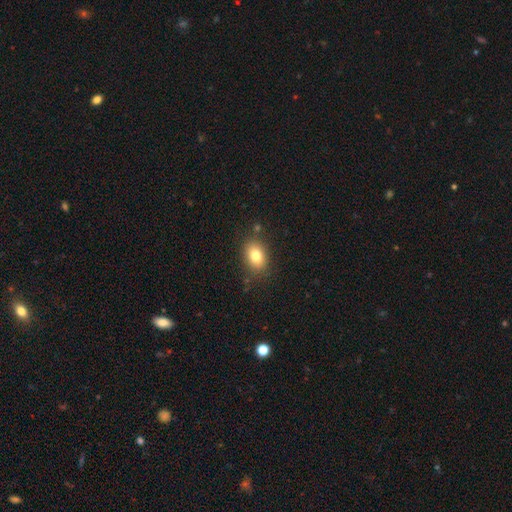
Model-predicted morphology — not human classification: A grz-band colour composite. It shows a smooth galaxy with no disk features (80%) that is in between round and cigar-shaped (75%). Merging: none (82%).